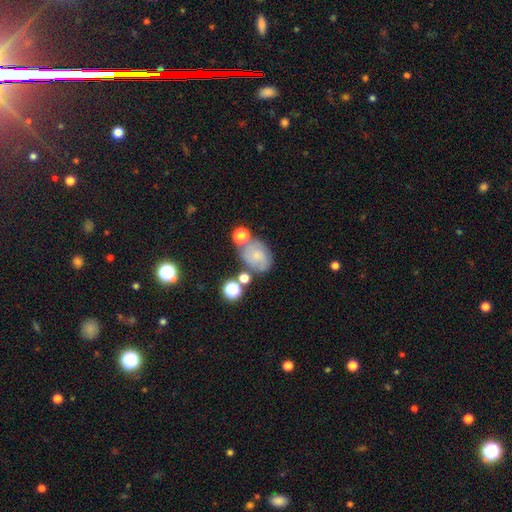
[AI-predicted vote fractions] A smooth galaxy with no disk features (57%) that is in between round and cigar-shaped (52%).

Vote fractions:
- Smooth or featured? smooth: 57% / featured or disk: 29% / star or artifact: 14%
- How rounded? in between: 52% / round: 47% / cigar-shaped: 1%
- Merging? none: 54% / minor disturbance: 20% / merger: 16% / major disturbance: 10%